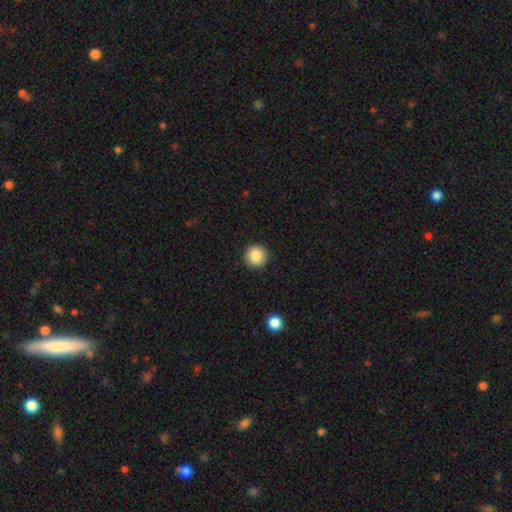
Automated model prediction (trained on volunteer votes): A smooth galaxy with no disk features (86%) that is round (95%). Merging: none (92%).